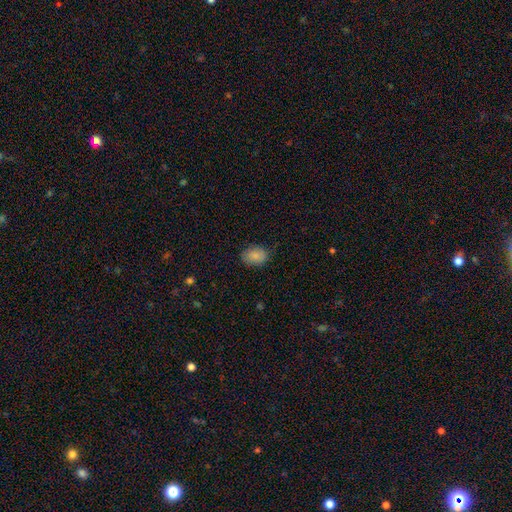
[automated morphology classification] Q: Smooth or featured?
A: smooth (87%); runner-up: star or artifact (7%)
Q: How rounded?
A: in between (73%); runner-up: round (26%)
Q: Merging?
A: none (80%); runner-up: minor disturbance (16%)